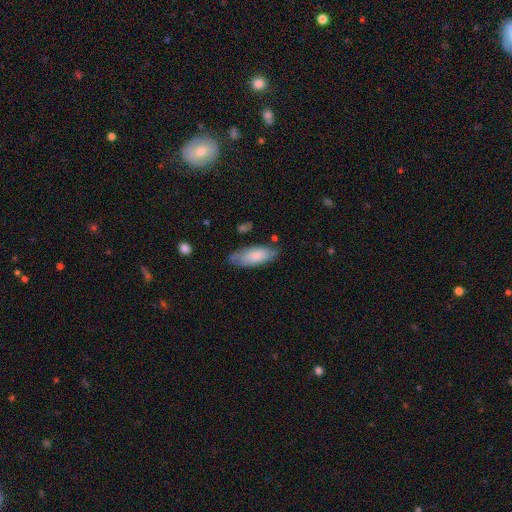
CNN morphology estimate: smooth 74%, featured or disk 20%, star or artifact 6%. Down the decision tree: how rounded — in between (79%); merging — none (67%).